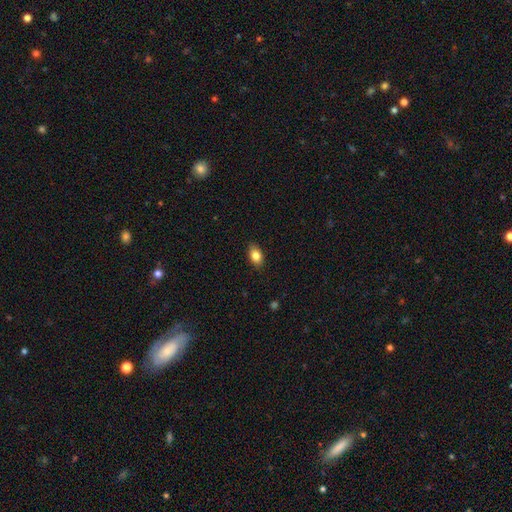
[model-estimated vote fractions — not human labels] The model was most divided on "how rounded": in between: 86%, round: 12%, cigar-shaped: 2%. More confident: merging — none (87%); smooth or featured — smooth (83%).